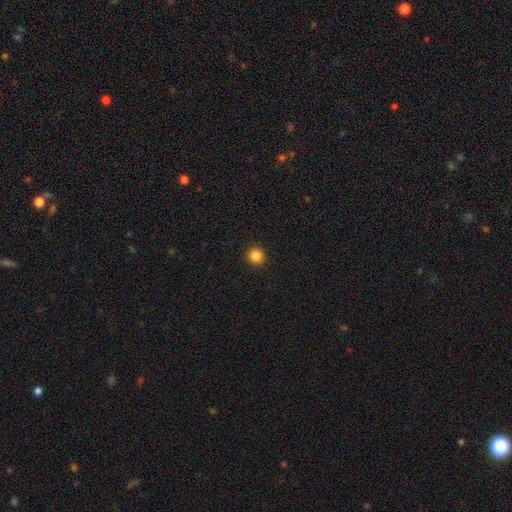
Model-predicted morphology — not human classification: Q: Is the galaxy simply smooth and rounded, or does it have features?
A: smooth — 85%.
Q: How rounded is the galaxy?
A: round — 93%.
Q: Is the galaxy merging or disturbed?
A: none — 93%.